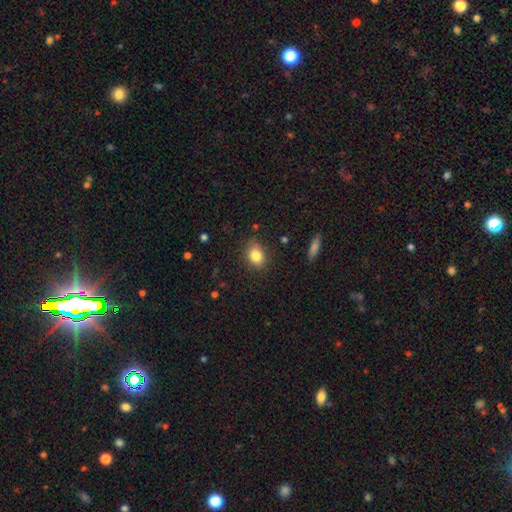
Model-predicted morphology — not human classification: Smooth or featured: smooth — 82% (star or artifact — 10%)
How rounded: in between — 57% (round — 42%)
Merging: none — 79% (minor disturbance — 16%)